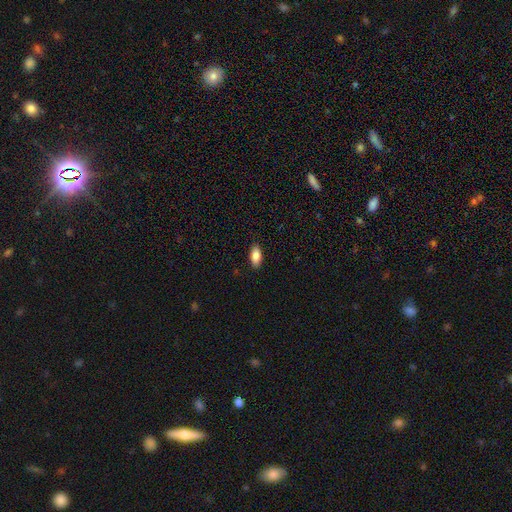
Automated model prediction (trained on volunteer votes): smooth 85%, featured or disk 8%, star or artifact 7%. Down the decision tree: how rounded — in between (89%); merging — none (88%).